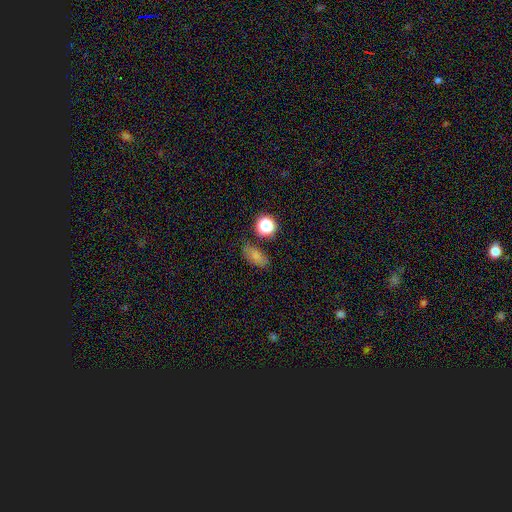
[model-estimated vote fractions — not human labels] This appears to be a smooth galaxy with no disk features (71%) that is in between round and cigar-shaped (82%). Merging: none (72%).